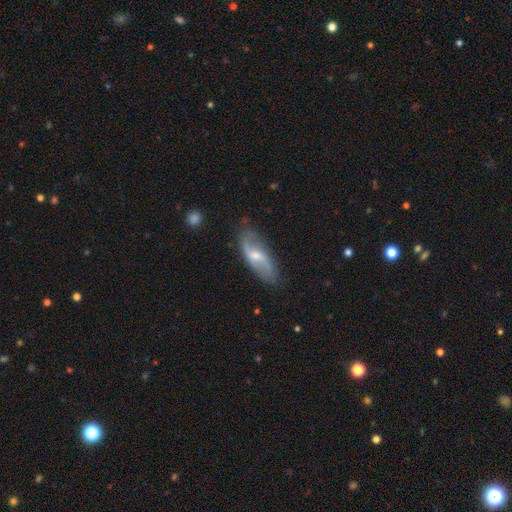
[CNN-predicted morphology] Overall: featured or disk (71%). Edge-on disk: no (88%). Bar: weak (53%; no 31%). Spiral arms: yes (89%). Spiral arm count: 2 (86%). Spiral winding: loose (66%). Bulge size: moderate (51%; small 42%). Merging: none (77%).